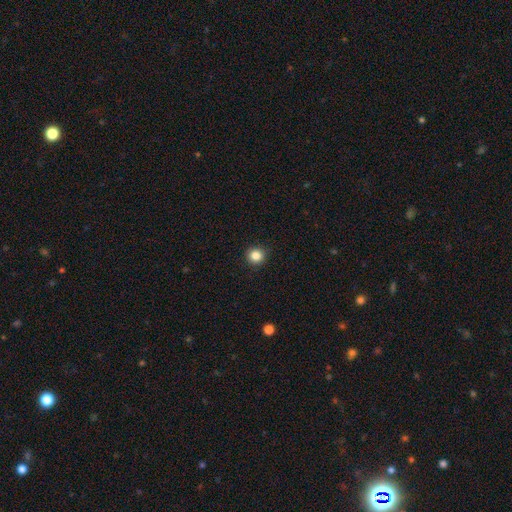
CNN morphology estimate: A smooth galaxy with no disk features (84%) that is round (93%).

Vote fractions:
- Smooth or featured? smooth: 84% / star or artifact: 11% / featured or disk: 4%
- How rounded? round: 93% / in between: 6% / cigar-shaped: 1%
- Merging? none: 91% / minor disturbance: 6% / major disturbance: 2% / merger: 1%